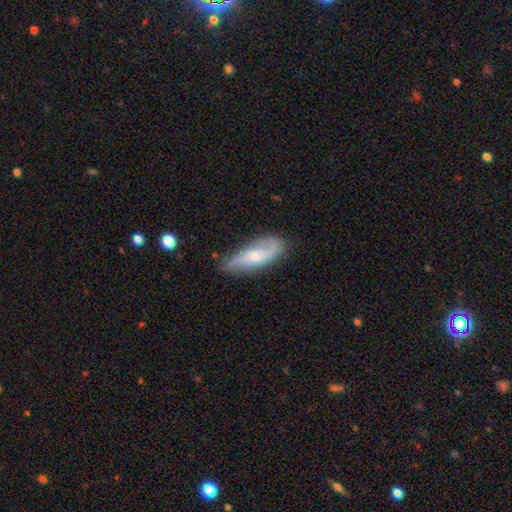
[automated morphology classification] smooth_or_featured: featured or disk (p=0.48) [alt: smooth p=0.46]
merging: none (p=0.67) [alt: minor disturbance p=0.25]